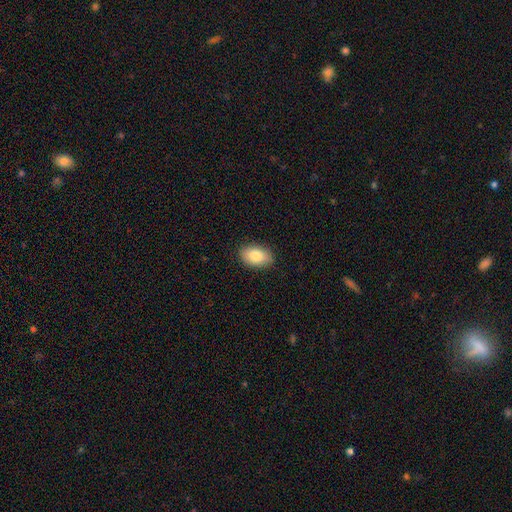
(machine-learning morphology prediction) Overall: smooth (83%). How rounded: in between (92%). Merging: none (88%).